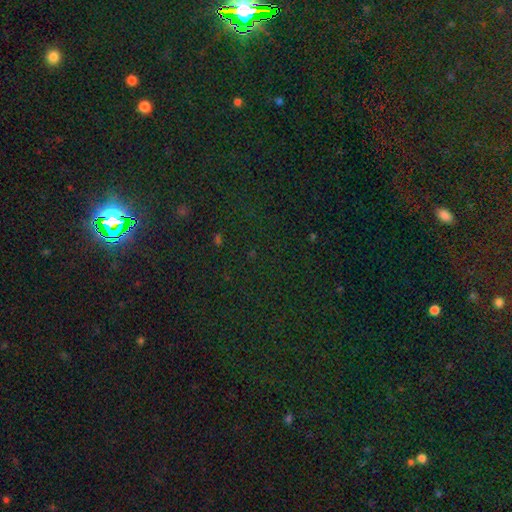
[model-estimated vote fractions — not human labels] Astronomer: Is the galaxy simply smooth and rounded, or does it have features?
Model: star or artifact — 82%.